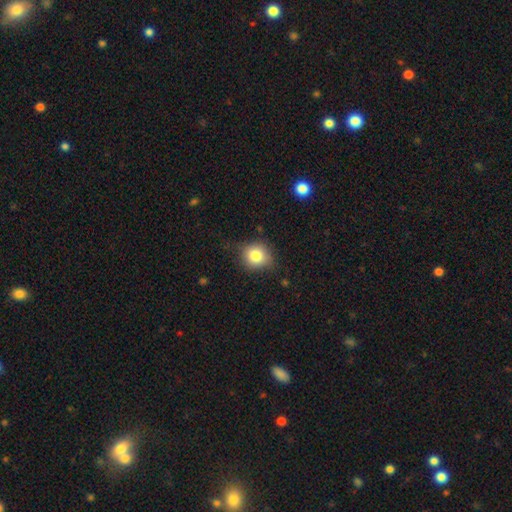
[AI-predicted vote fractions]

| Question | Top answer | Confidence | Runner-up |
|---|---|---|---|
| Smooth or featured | smooth | 80% | star or artifact (10%) |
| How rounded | round | 80% | in between (19%) |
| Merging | none | 73% | minor disturbance (21%) |